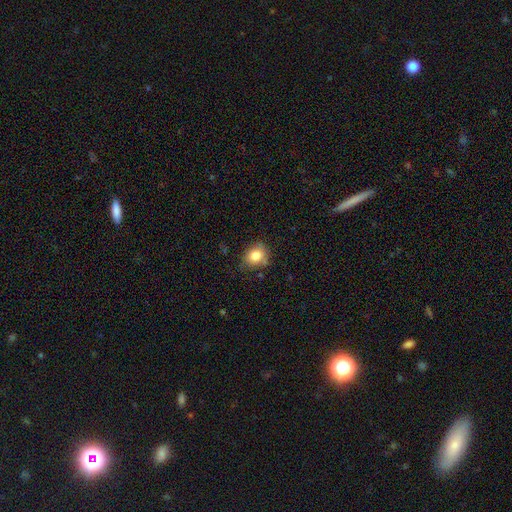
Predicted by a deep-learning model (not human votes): Smooth or featured?
  - smooth: 81% *
  - featured or disk: 9%
  - star or artifact: 9%
How rounded?
  - round: 53% *
  - in between: 46%
  - cigar-shaped: 1%
Merging?
  - none: 68% *
  - minor disturbance: 23%
  - major disturbance: 5%
  - merger: 4%